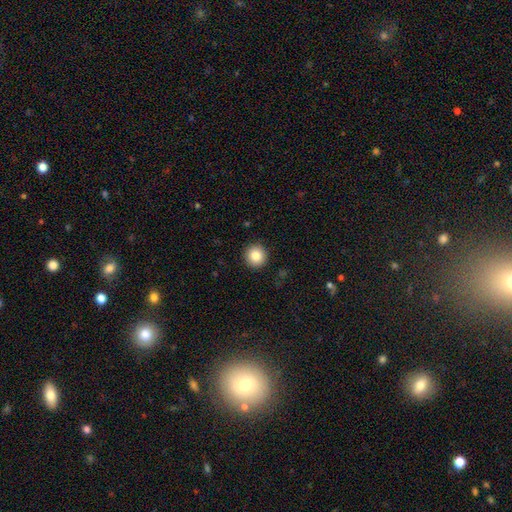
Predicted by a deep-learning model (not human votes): Q: Smooth or featured?
A: smooth (85%); runner-up: star or artifact (9%)
Q: How rounded?
A: round (94%); runner-up: in between (5%)
Q: Merging?
A: none (92%); runner-up: minor disturbance (5%)